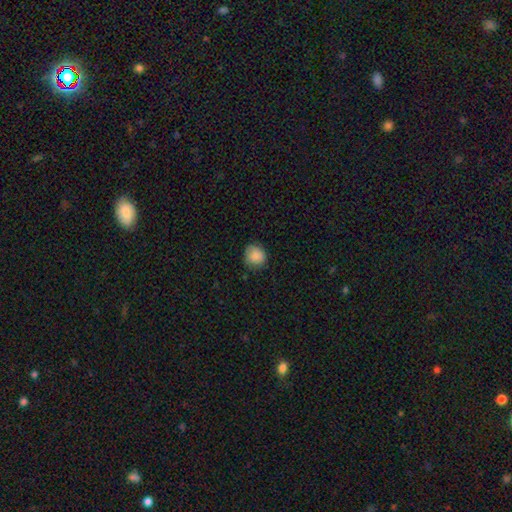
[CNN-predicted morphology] Smooth or featured: smooth — 87% (star or artifact — 8%)
How rounded: round — 78% (in between — 21%)
Merging: none — 76% (minor disturbance — 20%)